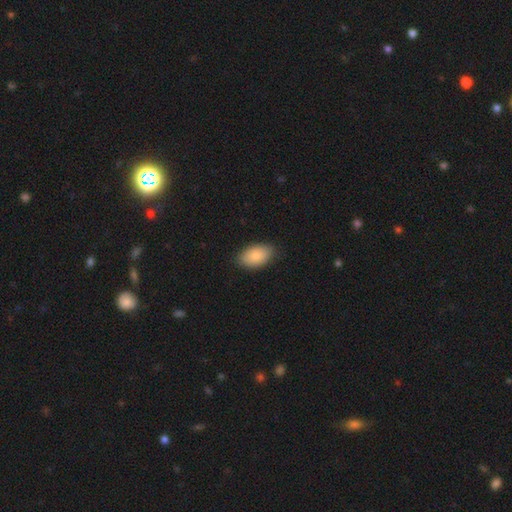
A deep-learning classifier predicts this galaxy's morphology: smooth_or_featured: smooth (p=0.85) [alt: featured or disk p=0.09]
how_rounded: in between (p=0.93) [alt: round p=0.05]
merging: none (p=0.85) [alt: minor disturbance p=0.12]